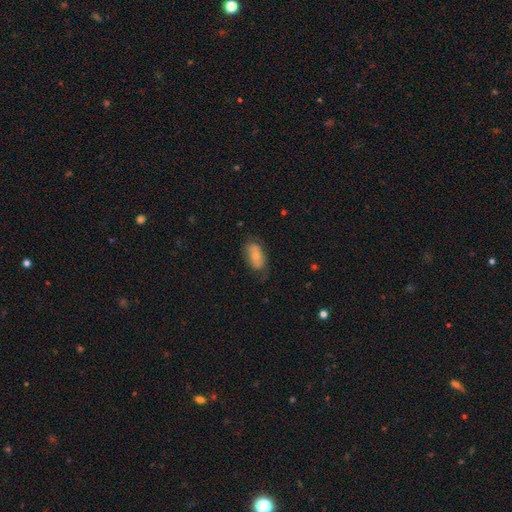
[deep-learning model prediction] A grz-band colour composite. It shows a smooth galaxy with no disk features (63%) that is in between round and cigar-shaped (91%). Merging: none (60%).